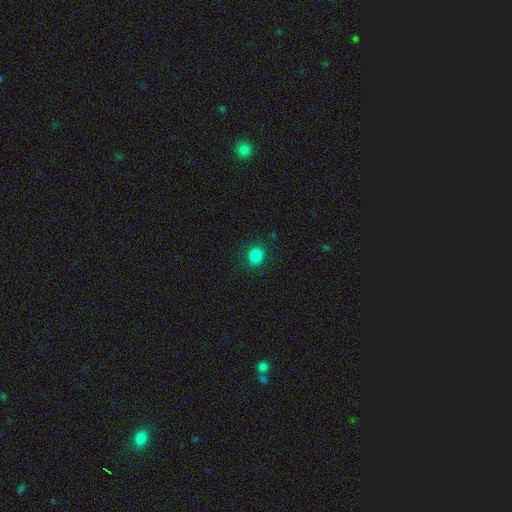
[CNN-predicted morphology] This appears to be a smooth galaxy with no disk features (84%) that is round (81%). Merging: none (89%).